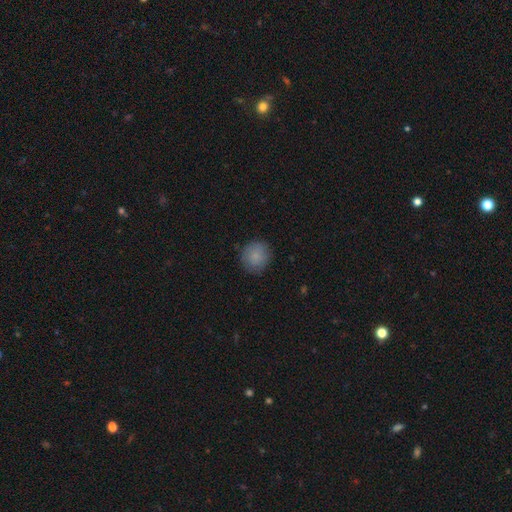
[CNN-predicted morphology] smooth 85%, star or artifact 8%, featured or disk 7%. Down the decision tree: how rounded — round (88%); merging — none (84%).